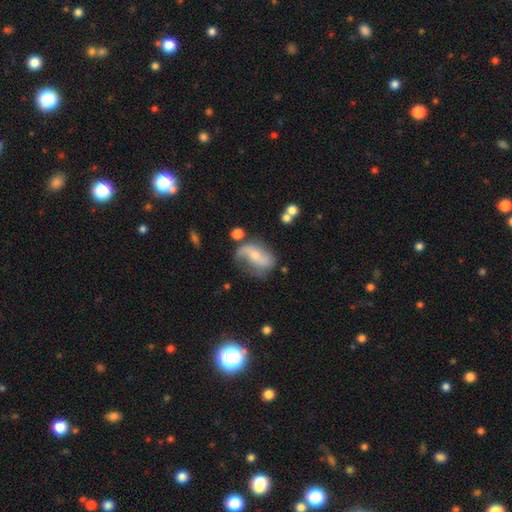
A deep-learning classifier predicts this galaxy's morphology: Smooth or featured? Predicted: featured or disk (p=0.66). Edge-on disk? Predicted: no (p=0.93). Bar? Predicted: no (p=0.45). Spiral arms? Predicted: yes (p=0.83). Spiral winding? Predicted: loose (p=0.70). Spiral arm count? Predicted: 2 (p=0.73). Bulge size? Predicted: small (p=0.58). Merging? Predicted: none (p=0.46).